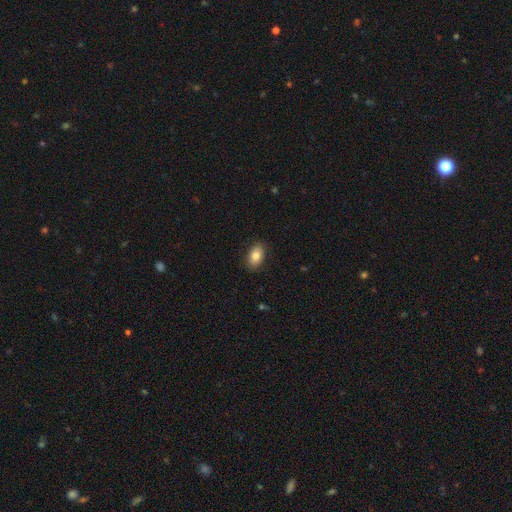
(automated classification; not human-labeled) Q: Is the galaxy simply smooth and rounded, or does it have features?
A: smooth — 82%.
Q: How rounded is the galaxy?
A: in between — 89%.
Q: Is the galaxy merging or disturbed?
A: none — 87%.